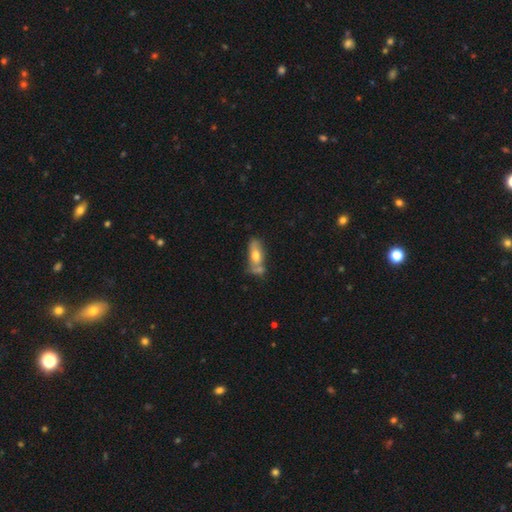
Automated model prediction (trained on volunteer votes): The model was most divided on "merging": none: 43%, merger: 30%, minor disturbance: 19%, major disturbance: 8%. More confident: how rounded — in between (76%); smooth or featured — smooth (63%).